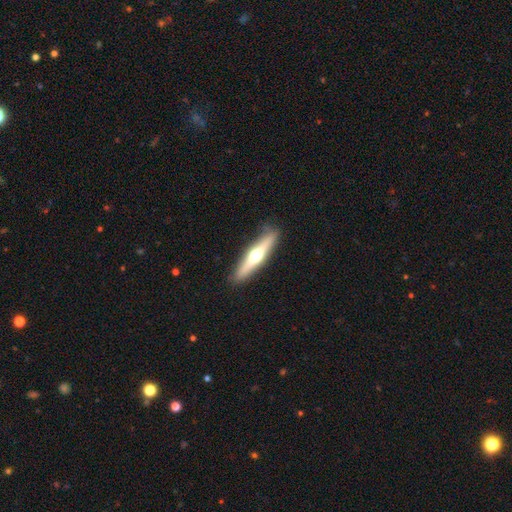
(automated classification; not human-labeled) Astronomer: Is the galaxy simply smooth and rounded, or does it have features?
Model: featured or disk — 57% (runner-up: smooth, 37%).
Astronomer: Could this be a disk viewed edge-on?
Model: yes — 95%.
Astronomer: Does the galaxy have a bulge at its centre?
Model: rounded — 93%.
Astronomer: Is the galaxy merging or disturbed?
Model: none — 88%.